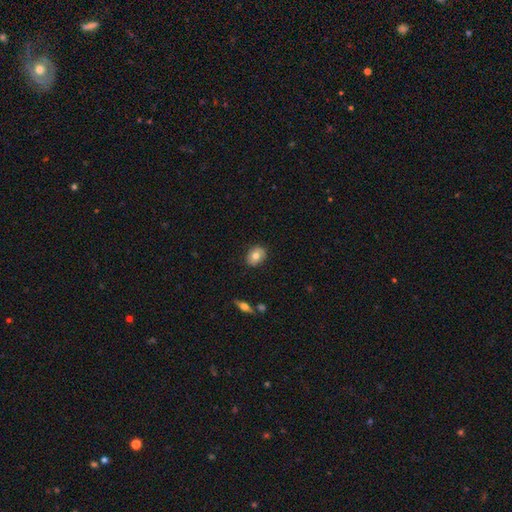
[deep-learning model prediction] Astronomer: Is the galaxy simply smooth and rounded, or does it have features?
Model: smooth — 73%.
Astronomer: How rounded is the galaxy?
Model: in between — 54% (runner-up: round, 44%).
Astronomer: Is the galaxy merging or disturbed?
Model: none — 86%.